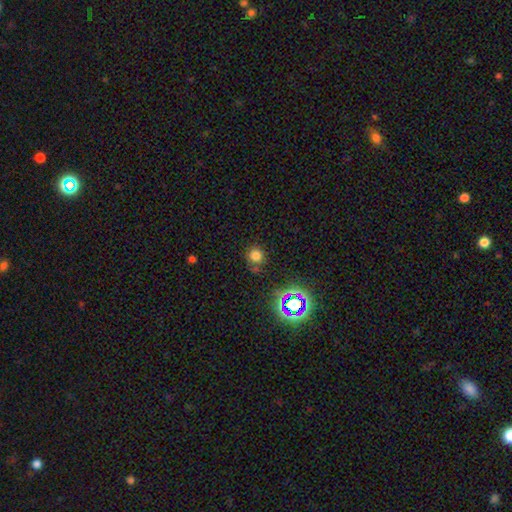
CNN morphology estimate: smooth 73%, star or artifact 21%, featured or disk 6%. Down the decision tree: how rounded — round (91%); merging — none (77%).